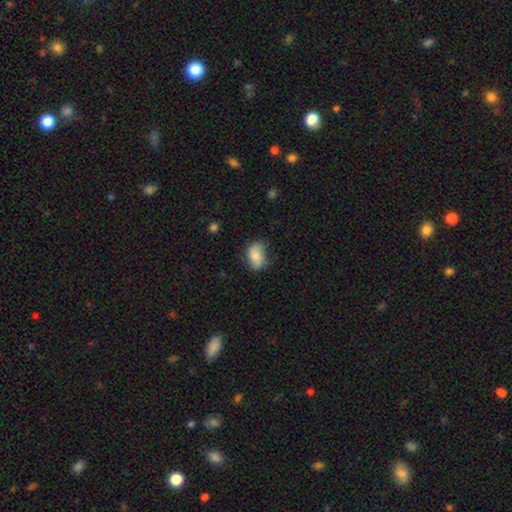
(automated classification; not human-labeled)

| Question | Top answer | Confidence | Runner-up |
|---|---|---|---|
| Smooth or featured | smooth | 73% | featured or disk (19%) |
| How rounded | in between | 88% | round (10%) |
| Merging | none | 67% | minor disturbance (26%) |